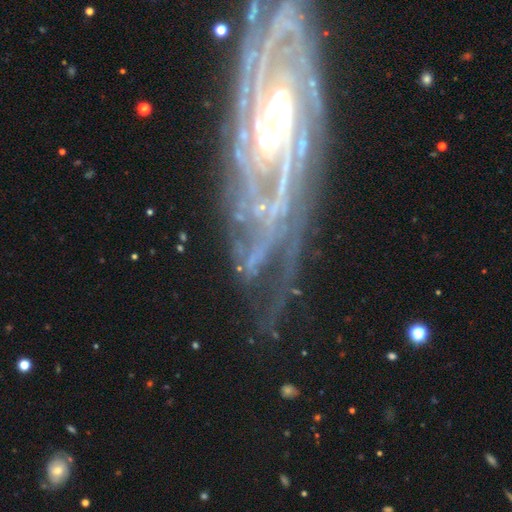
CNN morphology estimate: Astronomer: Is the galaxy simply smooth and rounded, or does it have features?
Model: featured or disk — 68%.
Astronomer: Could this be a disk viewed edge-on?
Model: no — 92%.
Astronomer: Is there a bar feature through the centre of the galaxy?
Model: no — 51% (runner-up: weak, 26%).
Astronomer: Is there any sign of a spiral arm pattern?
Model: yes — 78%.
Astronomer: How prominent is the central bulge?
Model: small — 53%.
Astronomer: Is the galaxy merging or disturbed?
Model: none — 51%.